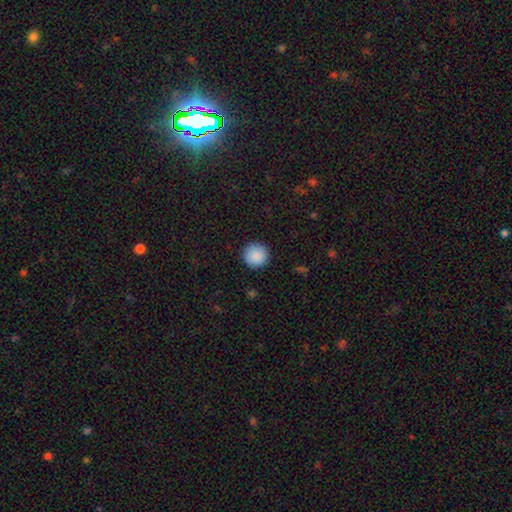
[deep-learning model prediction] The model was most divided on "smooth or featured": smooth: 89%, star or artifact: 8%, featured or disk: 3%. More confident: how rounded — round (96%); merging — none (92%).